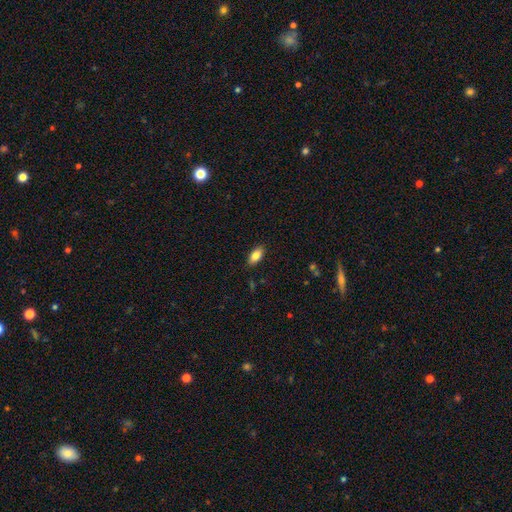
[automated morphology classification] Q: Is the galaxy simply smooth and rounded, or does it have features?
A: smooth — 83%.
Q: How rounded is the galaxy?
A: in between — 88%.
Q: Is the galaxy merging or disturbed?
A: none — 88%.